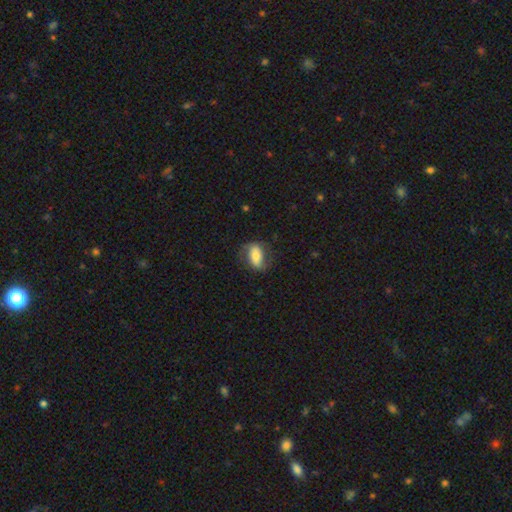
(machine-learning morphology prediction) smooth 52%, featured or disk 41%, star or artifact 7%. Down the decision tree: how rounded — in between (84%); merging — none (69%).